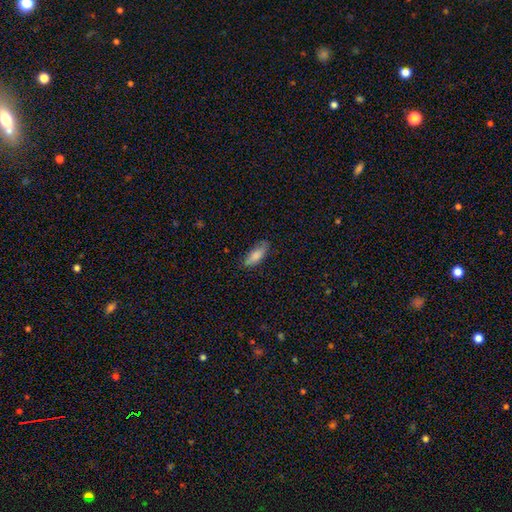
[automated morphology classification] Q: Smooth or featured?
A: smooth (80%); runner-up: featured or disk (14%)
Q: How rounded?
A: in between (62%); runner-up: cigar-shaped (36%)
Q: Merging?
A: none (72%); runner-up: minor disturbance (22%)